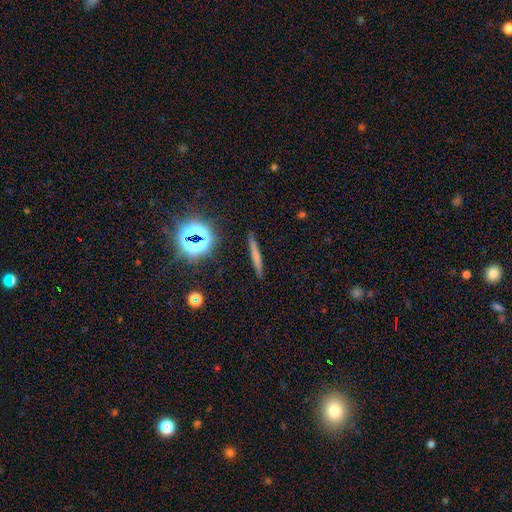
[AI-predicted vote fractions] Q: Smooth or featured?
A: smooth (58%); runner-up: featured or disk (25%)
Q: How rounded?
A: cigar-shaped (91%); runner-up: round (5%)
Q: Merging?
A: none (89%); runner-up: minor disturbance (7%)